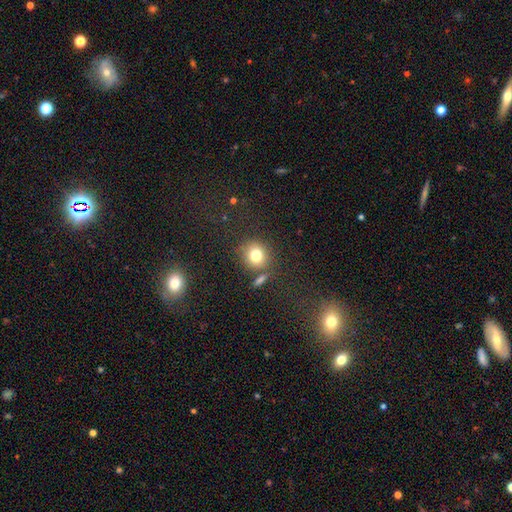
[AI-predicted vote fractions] Smooth or featured?
  - smooth: 79% *
  - star or artifact: 12%
  - featured or disk: 9%
How rounded?
  - round: 81% *
  - in between: 18%
  - cigar-shaped: 1%
Merging?
  - none: 75% *
  - minor disturbance: 11%
  - merger: 10%
  - major disturbance: 4%